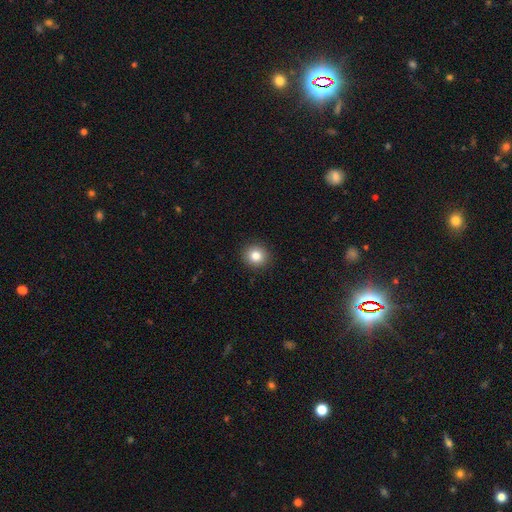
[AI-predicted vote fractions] Morphology: type=smooth (83%); roundness=round (89%); merging=none (92%).